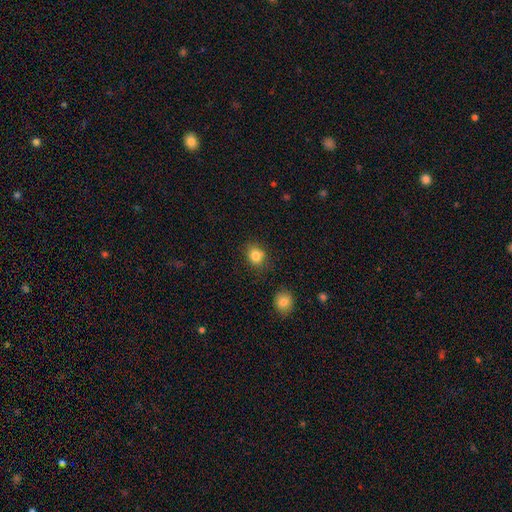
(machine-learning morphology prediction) Smooth or featured: smooth — 83% (star or artifact — 11%)
How rounded: round — 64% (in between — 35%)
Merging: none — 74% (minor disturbance — 15%)